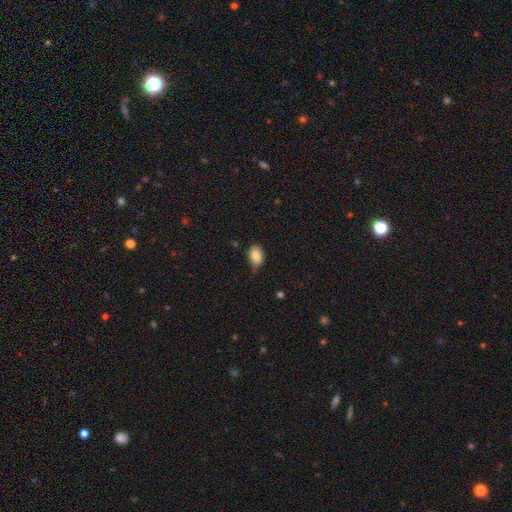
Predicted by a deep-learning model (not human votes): A smooth galaxy with no disk features (85%) that is in between round and cigar-shaped (85%).

Vote fractions:
- Smooth or featured? smooth: 85% / star or artifact: 8% / featured or disk: 7%
- How rounded? in between: 85% / round: 14% / cigar-shaped: 1%
- Merging? none: 68% / minor disturbance: 26% / major disturbance: 4% / merger: 2%